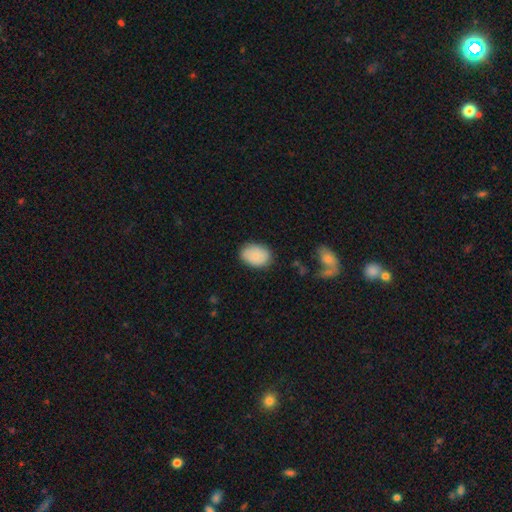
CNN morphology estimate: type=smooth (84%); roundness=in between (79%); merging=none (81%).